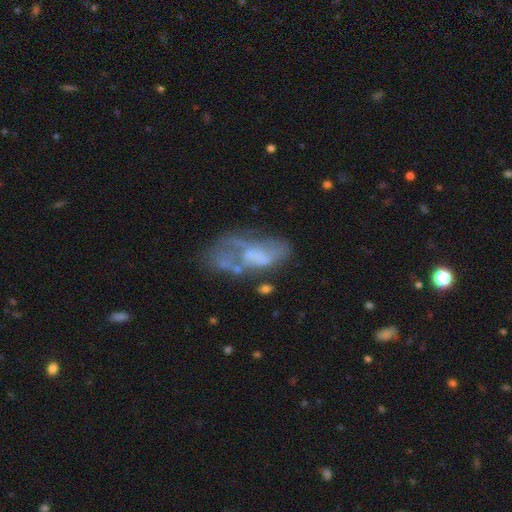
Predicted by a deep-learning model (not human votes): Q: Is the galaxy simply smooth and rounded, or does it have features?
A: featured or disk — 60%.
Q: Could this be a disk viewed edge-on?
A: no — 95%.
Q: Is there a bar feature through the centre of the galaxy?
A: no — 77%.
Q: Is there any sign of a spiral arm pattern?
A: no — 69%.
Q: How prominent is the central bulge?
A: none — 57%.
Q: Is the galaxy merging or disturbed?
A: major disturbance — 35%.